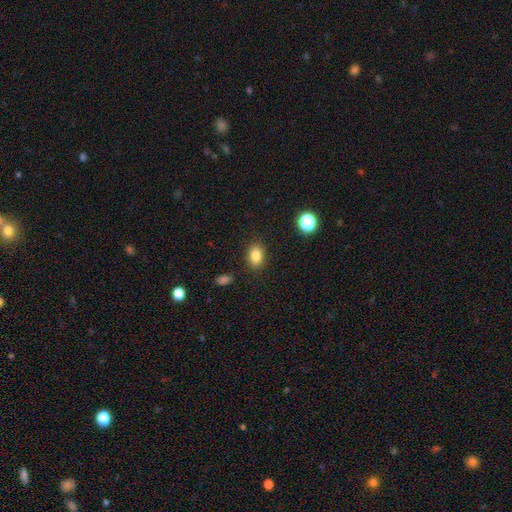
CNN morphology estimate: Smooth or featured? Predicted: smooth (p=0.82). How rounded? Predicted: in between (p=0.72). Merging? Predicted: none (p=0.87).